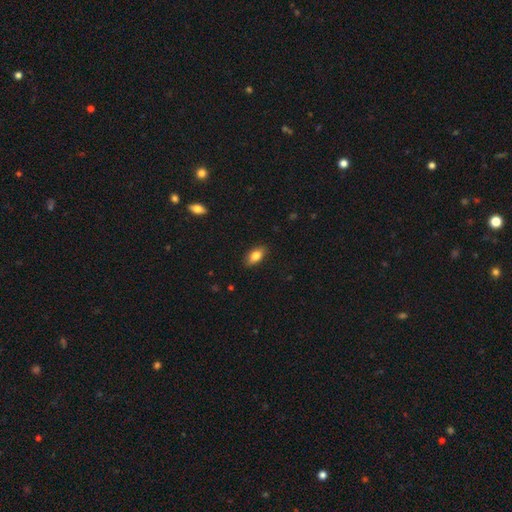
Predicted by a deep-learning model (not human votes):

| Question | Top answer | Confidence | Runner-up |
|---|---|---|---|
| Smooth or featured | smooth | 80% | featured or disk (12%) |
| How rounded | in between | 88% | cigar-shaped (7%) |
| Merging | none | 86% | minor disturbance (11%) |